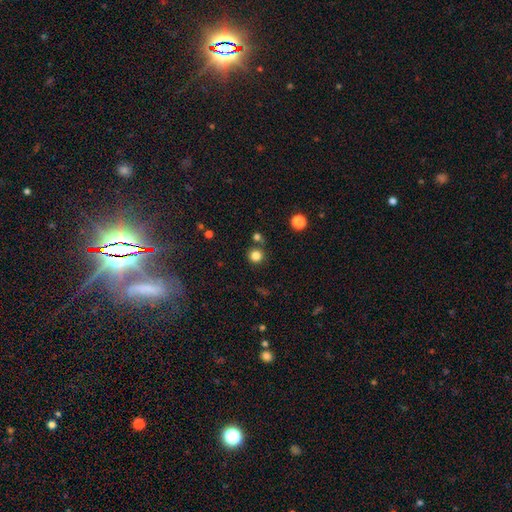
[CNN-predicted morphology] This appears to be a smooth galaxy with no disk features (81%) that is round (93%). Merging: none (78%).